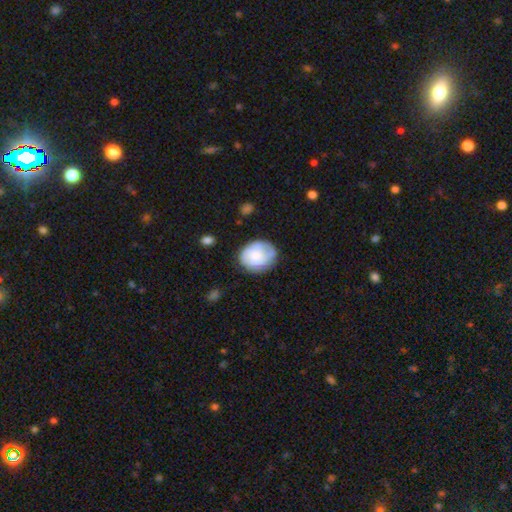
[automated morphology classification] A smooth galaxy with no disk features (71%) that is round (56%).

Vote fractions:
- Smooth or featured? smooth: 71% / featured or disk: 22% / star or artifact: 7%
- How rounded? round: 56% / in between: 43% / cigar-shaped: 1%
- Merging? none: 65% / minor disturbance: 25% / major disturbance: 8% / merger: 3%